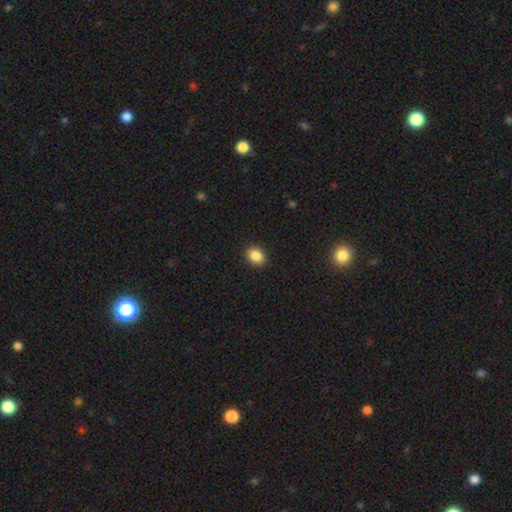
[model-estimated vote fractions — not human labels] Smooth or featured? Predicted: smooth (p=0.86). How rounded? Predicted: round (p=0.55). Merging? Predicted: none (p=0.91).